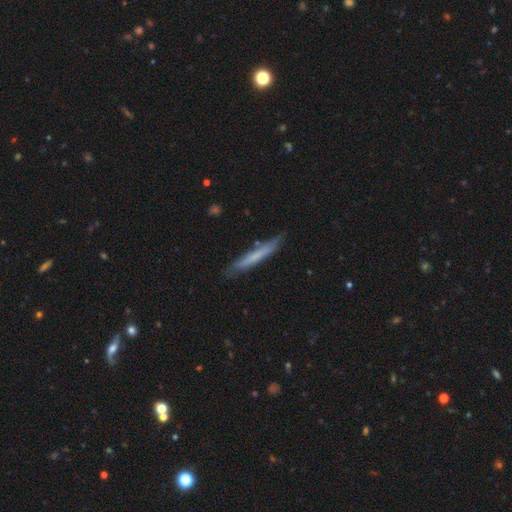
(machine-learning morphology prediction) Smooth or featured? Predicted: smooth (p=0.61). How rounded? Predicted: cigar-shaped (p=0.95). Merging? Predicted: none (p=0.80).